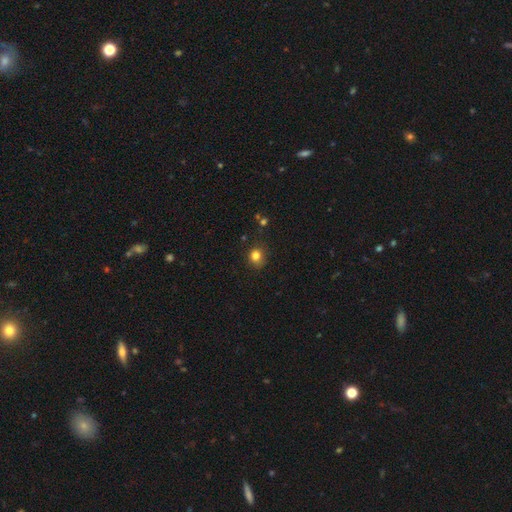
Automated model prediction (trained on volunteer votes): Smooth or featured? Predicted: smooth (p=0.81). How rounded? Predicted: round (p=0.77). Merging? Predicted: none (p=0.78).